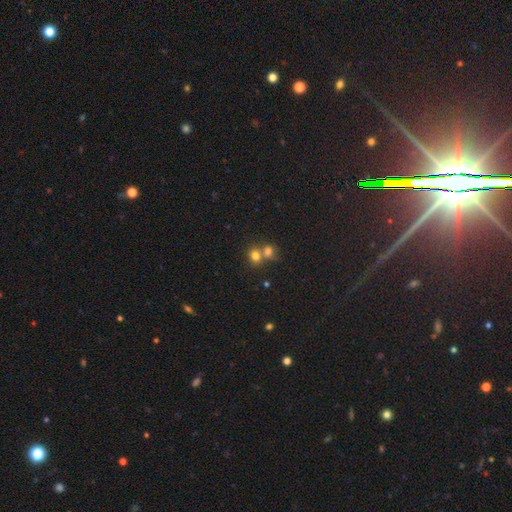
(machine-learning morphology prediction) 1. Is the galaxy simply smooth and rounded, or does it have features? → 77% smooth, 13% star or artifact, 9% featured or disk.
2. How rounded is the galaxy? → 68% round, 31% in between, 1% cigar-shaped.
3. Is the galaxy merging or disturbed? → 54% merger, 37% none, 6% minor disturbance, 3% major disturbance.